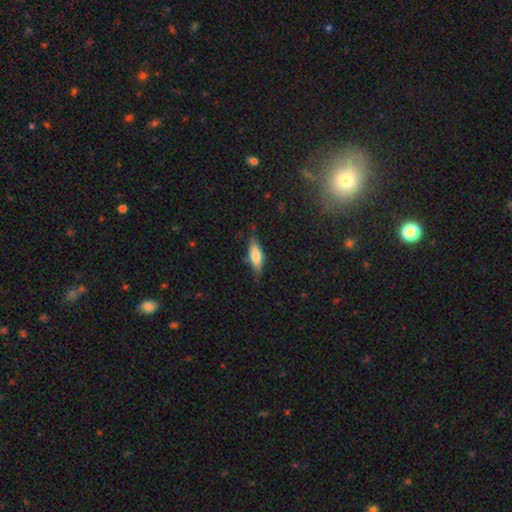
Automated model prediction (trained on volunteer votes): Q: Smooth or featured?
A: smooth (57%); runner-up: featured or disk (36%)
Q: How rounded?
A: in between (55%); runner-up: cigar-shaped (42%)
Q: Merging?
A: none (72%); runner-up: minor disturbance (21%)